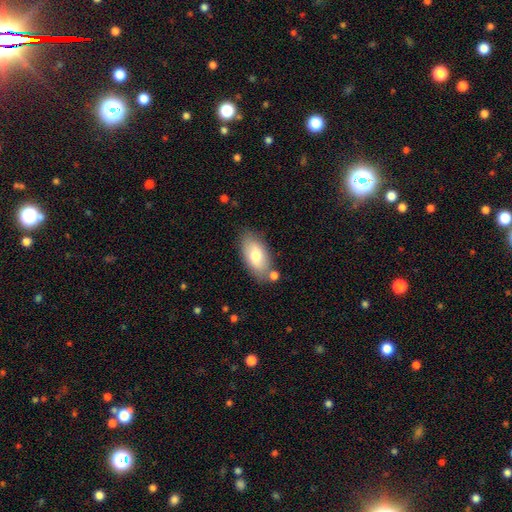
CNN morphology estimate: smooth-or-featured: smooth: 72% | featured or disk: 21% | star or artifact: 6%
  how-rounded: in between: 92% | cigar-shaped: 5% | round: 3%
  merging: none: 74% | minor disturbance: 15% | merger: 7% | major disturbance: 3%